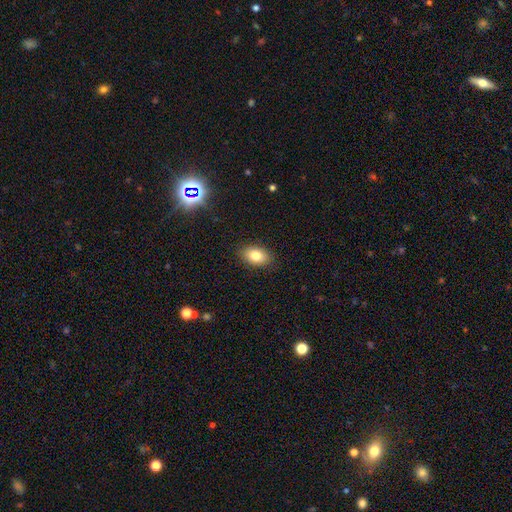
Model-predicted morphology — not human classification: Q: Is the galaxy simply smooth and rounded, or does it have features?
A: smooth — 81%.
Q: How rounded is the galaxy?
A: in between — 87%.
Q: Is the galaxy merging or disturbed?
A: none — 88%.